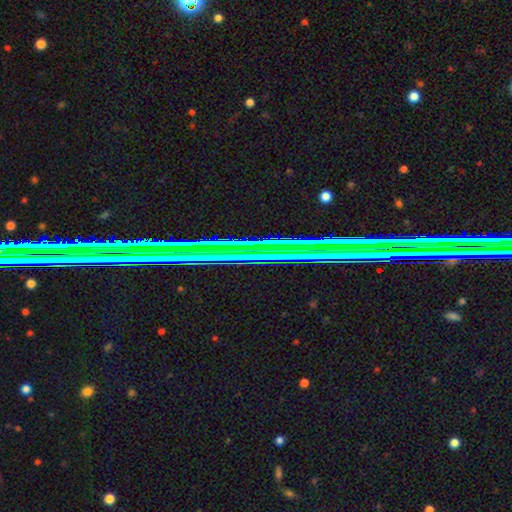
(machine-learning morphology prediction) The model was most divided on "smooth or featured": star or artifact: 77%, featured or disk: 14%, smooth: 9%.